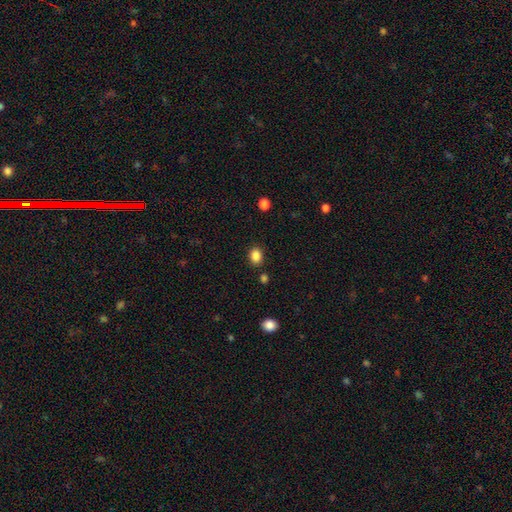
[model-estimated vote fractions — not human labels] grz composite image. It shows a smooth galaxy with no disk features (86%) that is in between round and cigar-shaped (59%). Merging: none (84%).